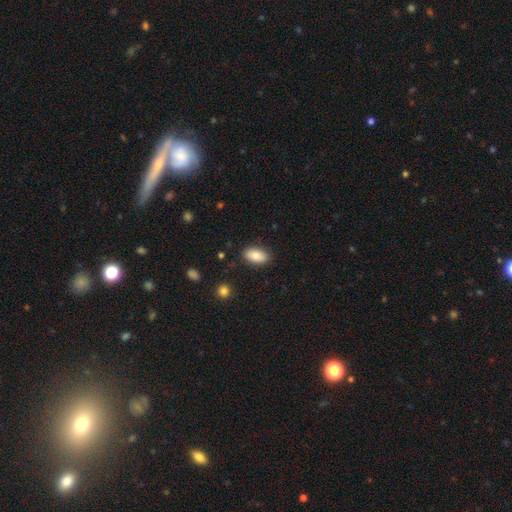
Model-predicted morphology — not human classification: This appears to be a smooth galaxy with no disk features (81%) that is in between round and cigar-shaped (92%). Merging: none (86%).